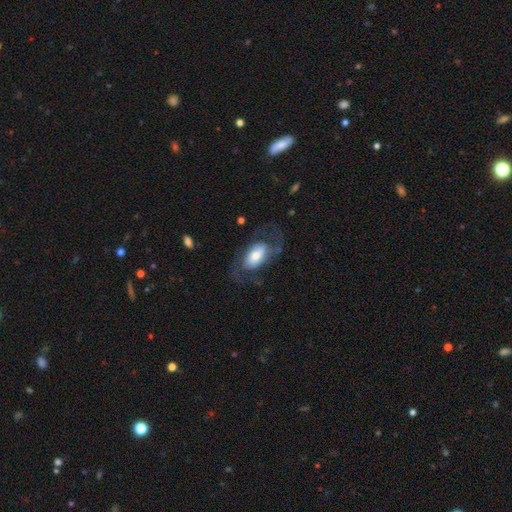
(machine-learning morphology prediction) Smooth or featured? featured or disk (59%)
Edge-on disk? no (94%)
Bar? no (51%)
Spiral arms? yes (81%)
Bulge size? moderate (47%)
Merging? none (53%)